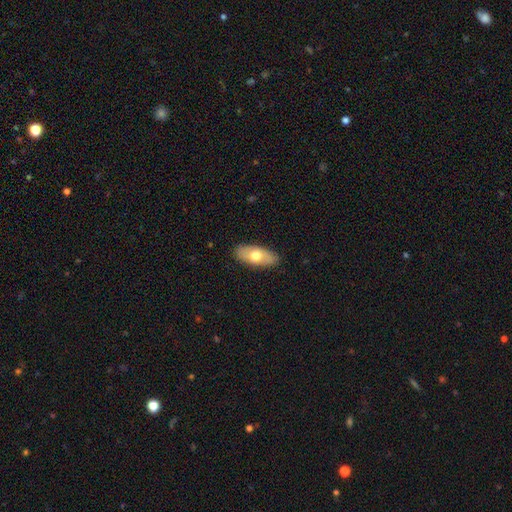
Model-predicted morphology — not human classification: smooth-or-featured: smooth: 66% | featured or disk: 29% | star or artifact: 6%
  how-rounded: in between: 85% | cigar-shaped: 11% | round: 3%
  merging: none: 87% | minor disturbance: 10% | major disturbance: 2% | merger: 1%